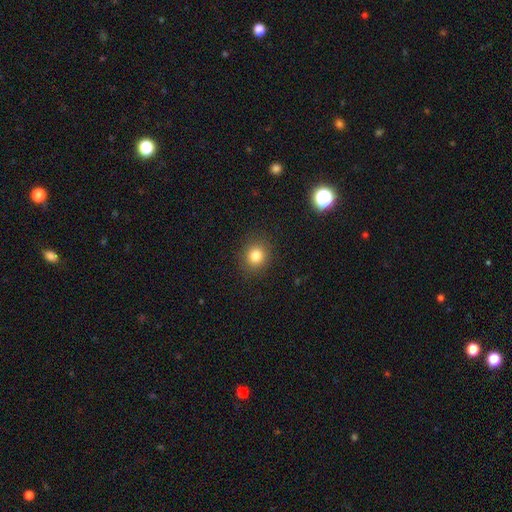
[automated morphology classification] The model was most divided on "how rounded": round: 80%, in between: 19%, cigar-shaped: 1%. More confident: merging — none (89%); smooth or featured — smooth (82%).